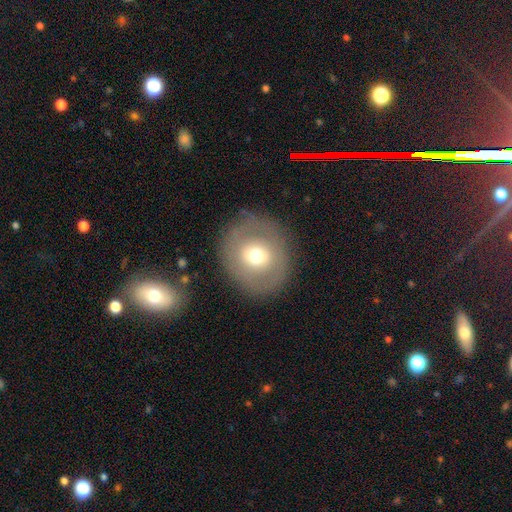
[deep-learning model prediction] Overall: smooth (57%; featured or disk 33%). How rounded: round (83%). Merging: none (82%).